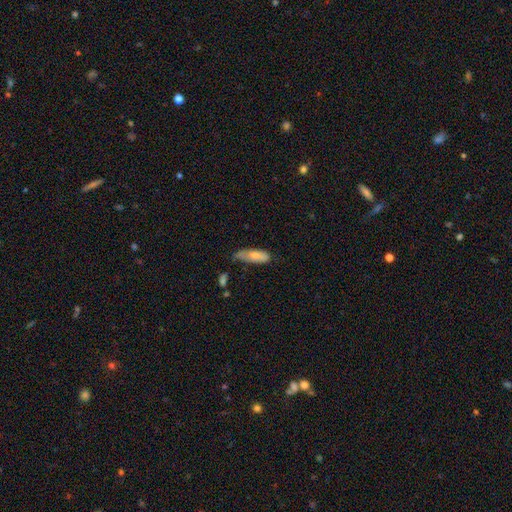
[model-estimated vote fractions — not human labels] Smooth or featured: smooth — 76% (featured or disk — 18%)
How rounded: in between — 63% (cigar-shaped — 36%)
Merging: none — 45% (minor disturbance — 39%)